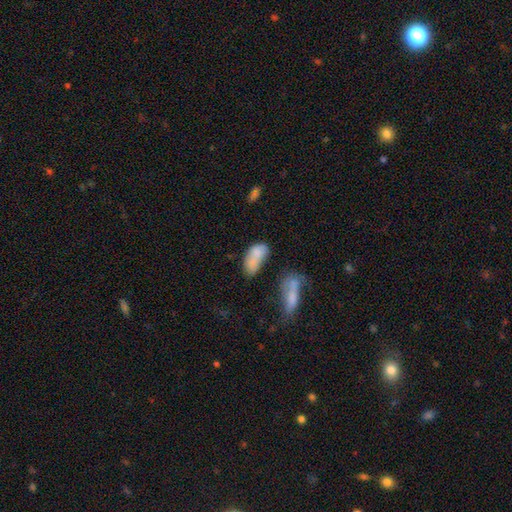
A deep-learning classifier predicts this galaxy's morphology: Overall: smooth (74%). How rounded: in between (88%). Merging: merger (33%; none 31%).